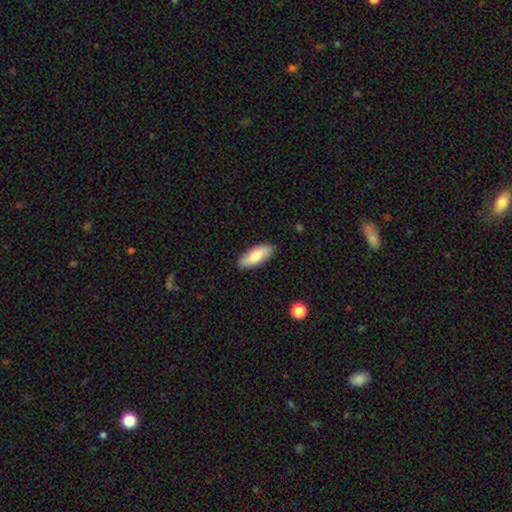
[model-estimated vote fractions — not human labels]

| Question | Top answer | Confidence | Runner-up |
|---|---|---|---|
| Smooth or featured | smooth | 78% | featured or disk (17%) |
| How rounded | in between | 75% | cigar-shaped (23%) |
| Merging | none | 88% | minor disturbance (9%) |